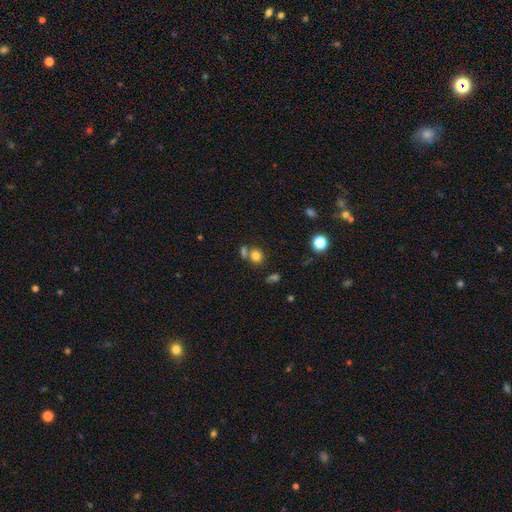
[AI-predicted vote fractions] This is likely a smooth galaxy (78%). How rounded: likely round (74%). Merging: possibly none (57%).